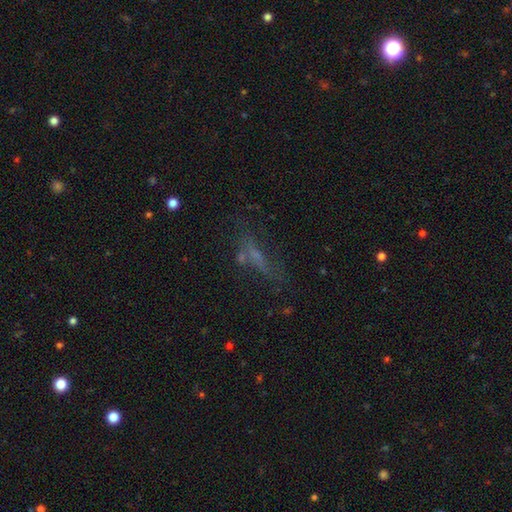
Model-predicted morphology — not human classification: A smooth galaxy with no disk features (43%). Merging: none (49%).